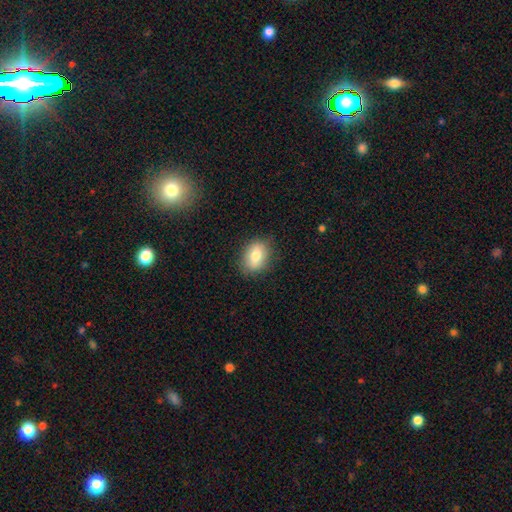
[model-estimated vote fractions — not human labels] smooth-or-featured: smooth: 78% | featured or disk: 14% | star or artifact: 8%
  how-rounded: in between: 77% | round: 21% | cigar-shaped: 2%
  merging: none: 83% | minor disturbance: 13% | major disturbance: 3% | merger: 1%